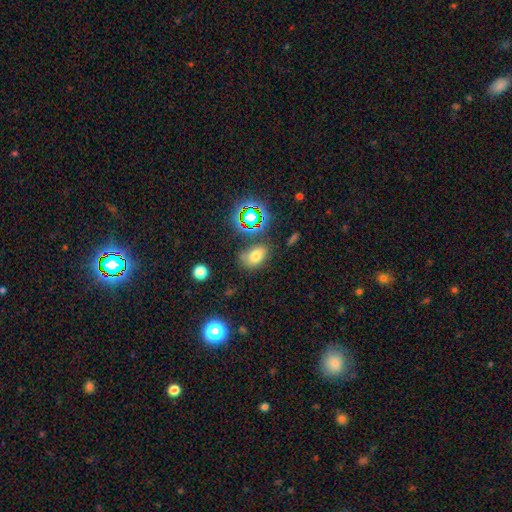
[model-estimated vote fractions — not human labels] This appears to be a smooth galaxy with no disk features (66%) that is in between round and cigar-shaped (80%). Merging: none (68%).